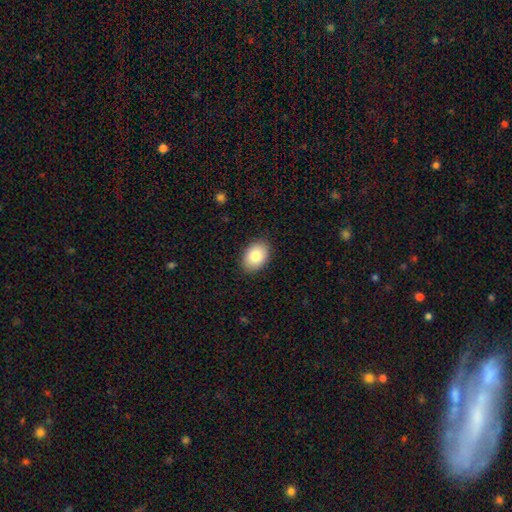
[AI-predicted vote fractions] Smooth or featured?
  - smooth: 83% *
  - featured or disk: 9%
  - star or artifact: 7%
How rounded?
  - in between: 79% *
  - round: 20%
  - cigar-shaped: 1%
Merging?
  - none: 87% *
  - minor disturbance: 10%
  - major disturbance: 2%
  - merger: 1%